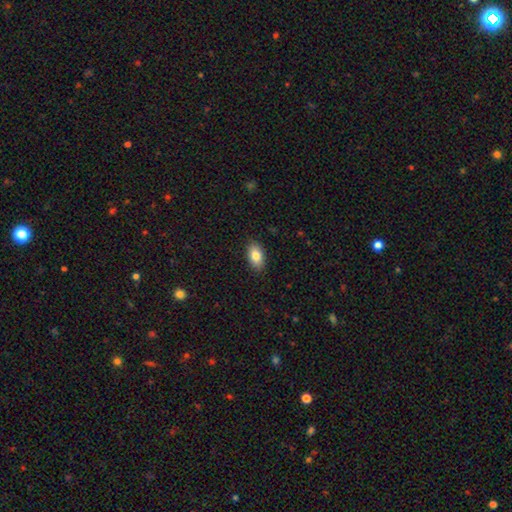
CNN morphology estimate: smooth_or_featured: smooth (p=0.84) [alt: featured or disk p=0.09]
how_rounded: in between (p=0.92) [alt: round p=0.05]
merging: none (p=0.89) [alt: minor disturbance p=0.09]